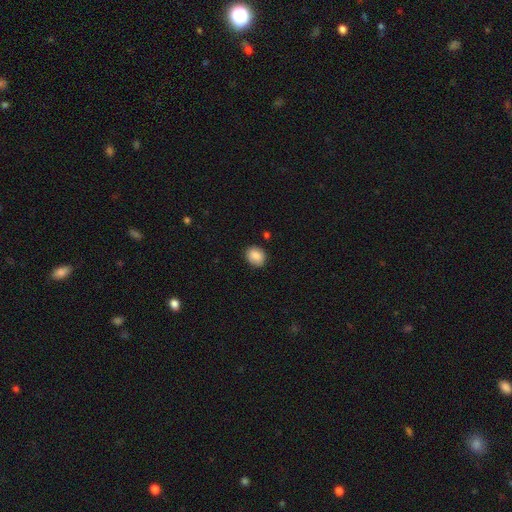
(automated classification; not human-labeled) Smooth or featured? Predicted: smooth (p=0.86). How rounded? Predicted: round (p=0.58). Merging? Predicted: none (p=0.84).